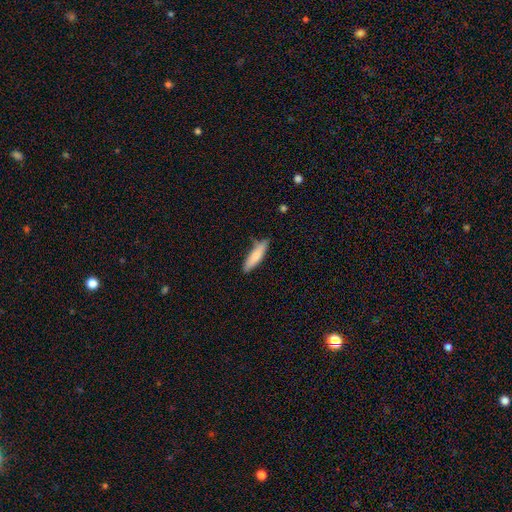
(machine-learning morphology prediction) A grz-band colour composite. It shows a smooth galaxy with no disk features (78%) that is cigar-shaped (69%). Merging: none (74%).